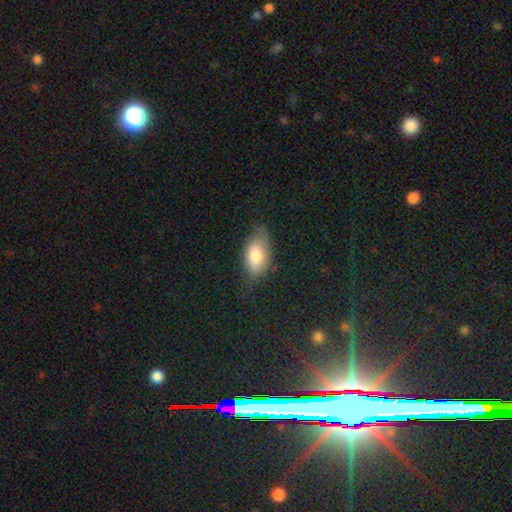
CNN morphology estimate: This appears to be a smooth galaxy with no disk features (79%) that is in between round and cigar-shaped (91%). Merging: none (61%).